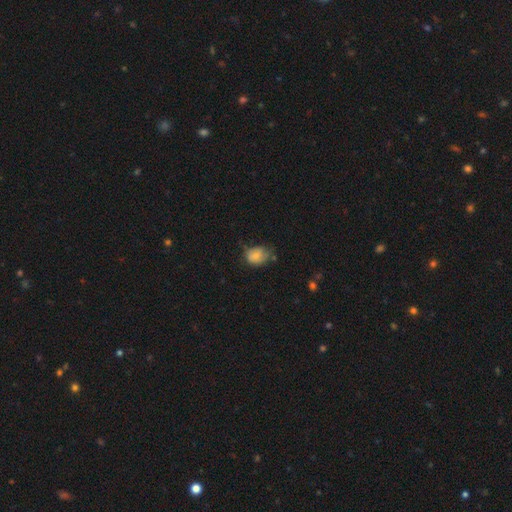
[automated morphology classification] smooth_or_featured: smooth (p=0.75) [alt: featured or disk p=0.15]
how_rounded: in between (p=0.59) [alt: round p=0.40]
merging: none (p=0.46) [alt: minor disturbance p=0.37]